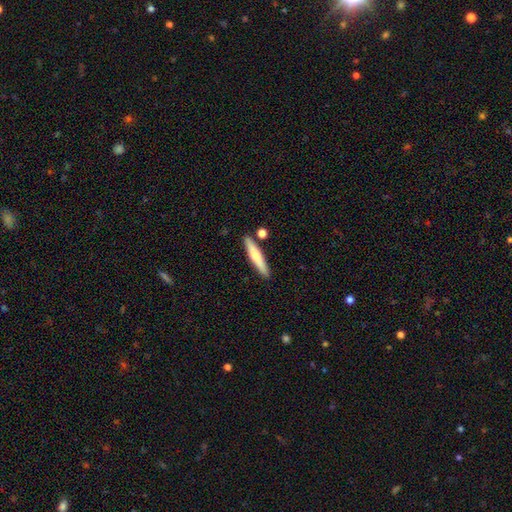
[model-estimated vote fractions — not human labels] Smooth or featured? Predicted: smooth (p=0.61). How rounded? Predicted: cigar-shaped (p=0.90). Merging? Predicted: none (p=0.84).